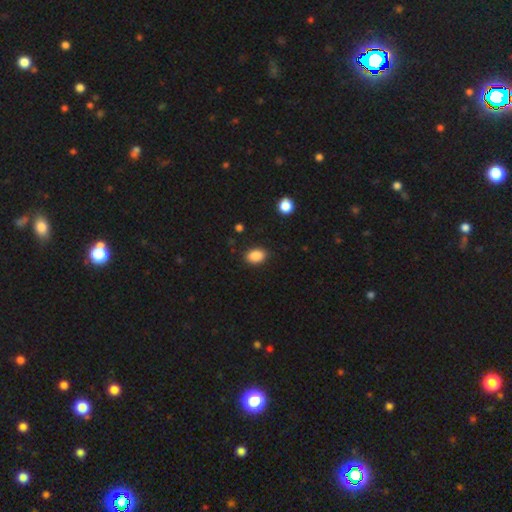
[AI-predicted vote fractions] Smooth or featured? smooth (88%)
How rounded? in between (79%)
Merging? none (87%)